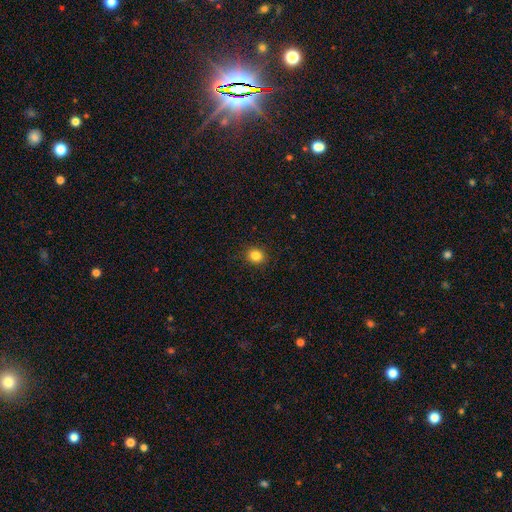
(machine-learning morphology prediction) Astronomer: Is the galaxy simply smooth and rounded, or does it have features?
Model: smooth — 84%.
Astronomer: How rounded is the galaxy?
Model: round — 73%.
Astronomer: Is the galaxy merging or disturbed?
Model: none — 90%.